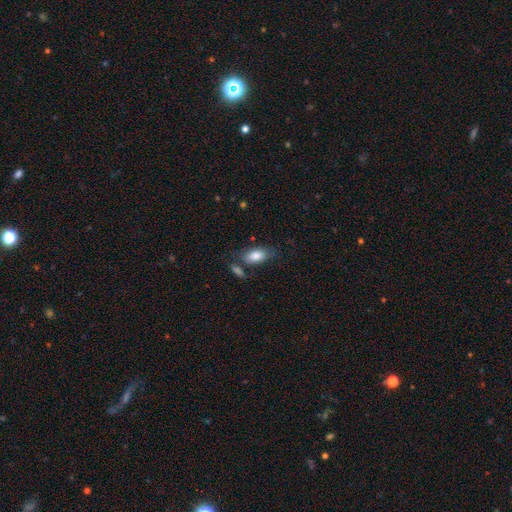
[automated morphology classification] A smooth galaxy with no disk features (81%) that is in between round and cigar-shaped (90%). Merging: none (63%).